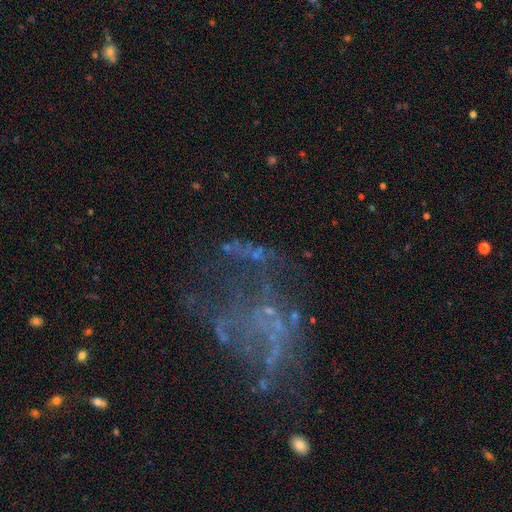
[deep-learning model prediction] featured or disk 55%, star or artifact 31%, smooth 14%. Down the decision tree: edge-on disk — no (96%); bar — no (91%); spiral arms — no (89%); bulge size — none (80%); merging — major disturbance (41%).